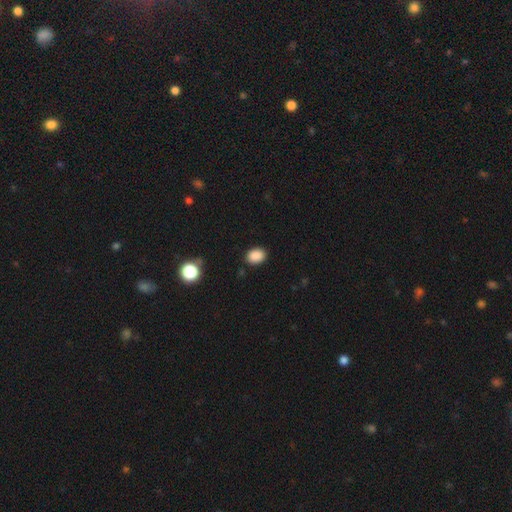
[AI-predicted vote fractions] Q: Smooth or featured?
A: smooth (88%); runner-up: star or artifact (10%)
Q: How rounded?
A: in between (68%); runner-up: round (31%)
Q: Merging?
A: none (87%); runner-up: minor disturbance (9%)